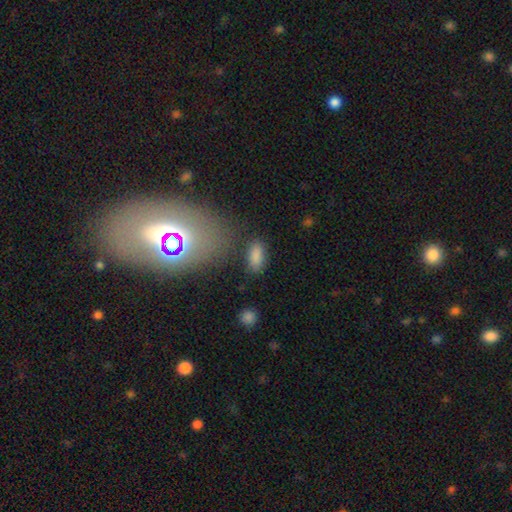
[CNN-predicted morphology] A smooth galaxy with no disk features (77%) that is in between round and cigar-shaped (88%). Merging: none (79%).